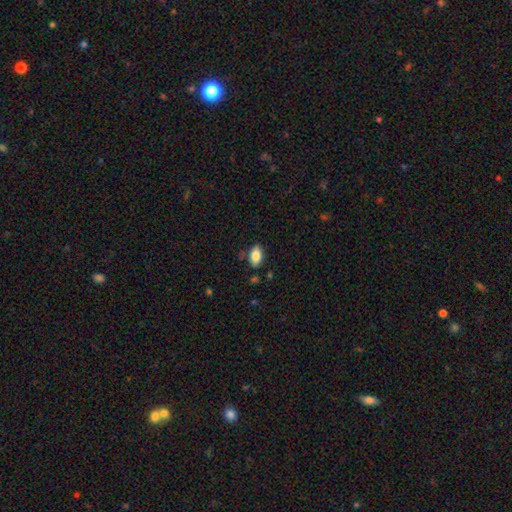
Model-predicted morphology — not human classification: A smooth galaxy with no disk features (84%) that is in between round and cigar-shaped (93%).

Vote fractions:
- Smooth or featured? smooth: 84% / featured or disk: 8% / star or artifact: 7%
- How rounded? in between: 93% / round: 4% / cigar-shaped: 3%
- Merging? none: 81% / minor disturbance: 14% / major disturbance: 3% / merger: 3%